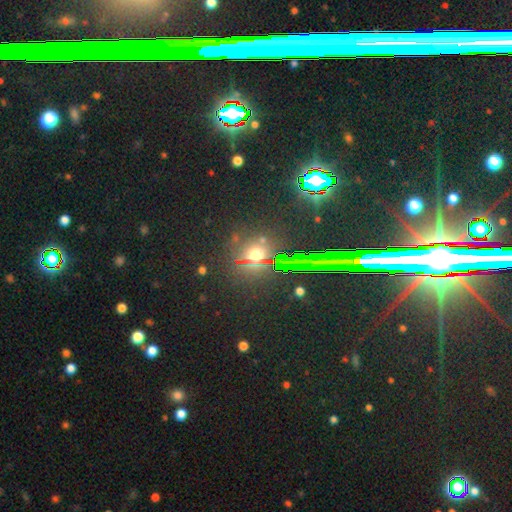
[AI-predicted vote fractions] This appears to be a star or artifact, not a galaxy (48%).